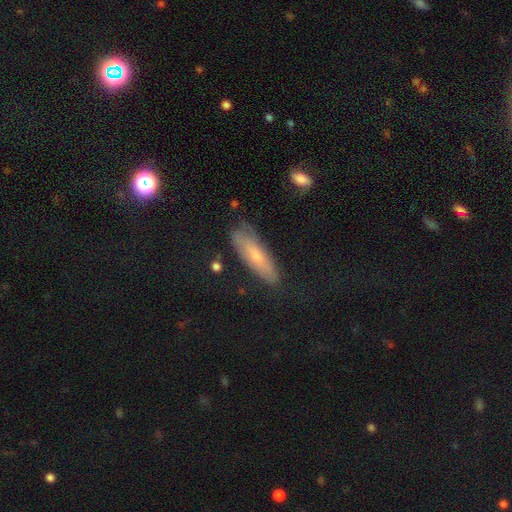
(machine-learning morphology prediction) type=smooth (58%); roundness=cigar-shaped (56%); merging=none (73%).